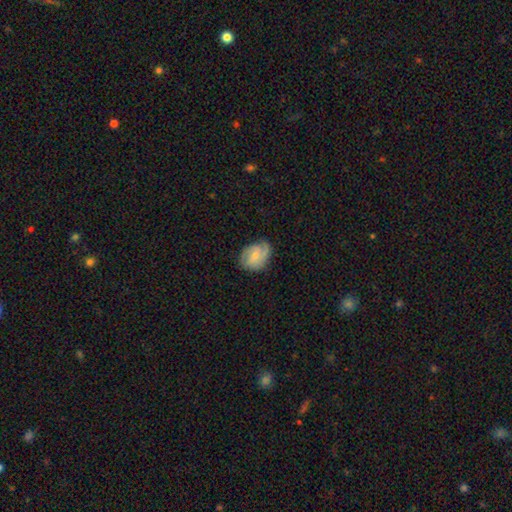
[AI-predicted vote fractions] The model was most divided on "bar": no: 47%, weak: 44%, strong: 9%. More confident: edge-on disk — no (97%); spiral arms — yes (88%); merging — none (68%); smooth or featured — featured or disk (57%); bulge size — small (54%).